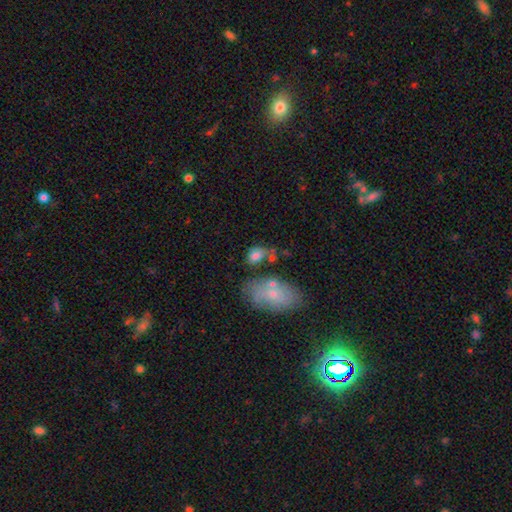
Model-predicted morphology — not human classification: smooth-or-featured: smooth: 76% | featured or disk: 14% | star or artifact: 9%
  how-rounded: in between: 80% | round: 18% | cigar-shaped: 2%
  merging: none: 44% | minor disturbance: 24% | merger: 20% | major disturbance: 12%